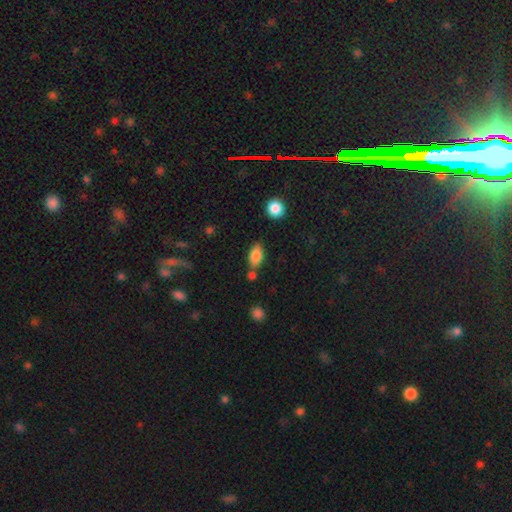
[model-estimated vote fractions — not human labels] A smooth galaxy with no disk features (84%) that is in between round and cigar-shaped (90%).

Vote fractions:
- Smooth or featured? smooth: 84% / star or artifact: 8% / featured or disk: 8%
- How rounded? in between: 90% / round: 5% / cigar-shaped: 5%
- Merging? none: 66% / minor disturbance: 16% / merger: 14% / major disturbance: 4%